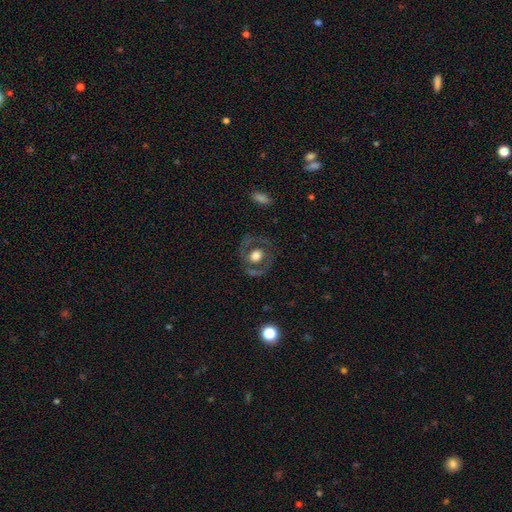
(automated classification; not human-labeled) A featured or disk galaxy (58%) with no bar (77%), no spiral arms (57%) and a moderate central bulge (48%). Merging: none (75%).